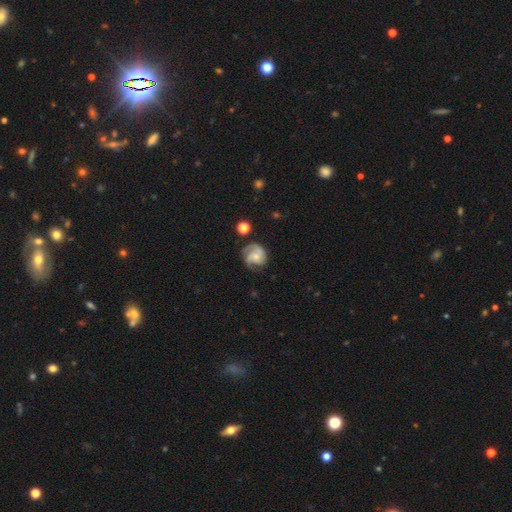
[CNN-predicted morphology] Smooth or featured? featured or disk (68%)
Edge-on disk? no (98%)
Bar? no (70%)
Spiral arms? yes (92%)
Spiral winding? tight (43%)
Spiral arm count? 2 (38%)
Bulge size? small (56%)
Merging? none (60%)